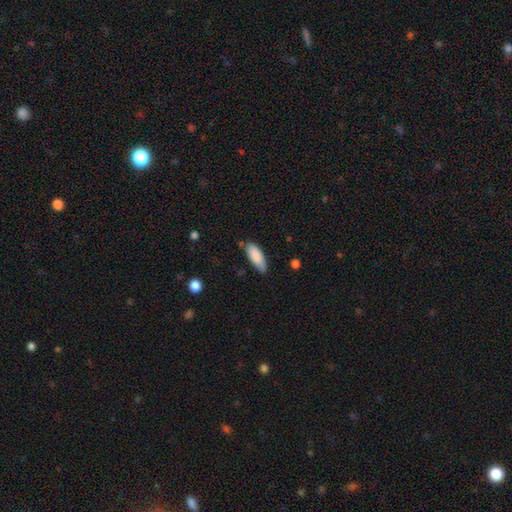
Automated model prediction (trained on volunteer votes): This appears to be a smooth galaxy with no disk features (87%) that is in between round and cigar-shaped (75%). Merging: none (75%).